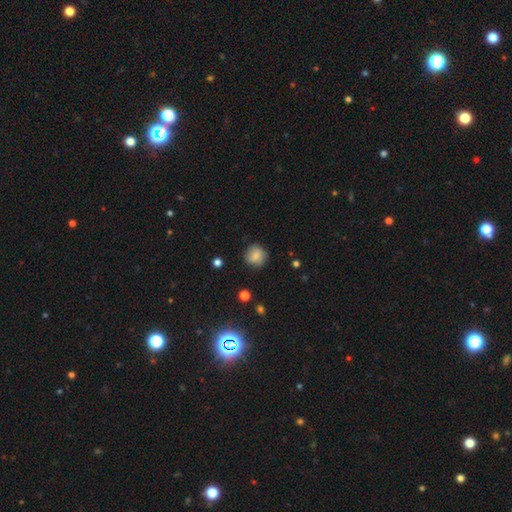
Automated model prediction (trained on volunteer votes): smooth-or-featured: smooth: 80% | featured or disk: 10% | star or artifact: 10%
  how-rounded: round: 89% | in between: 10% | cigar-shaped: 1%
  merging: none: 83% | minor disturbance: 12% | major disturbance: 3% | merger: 1%